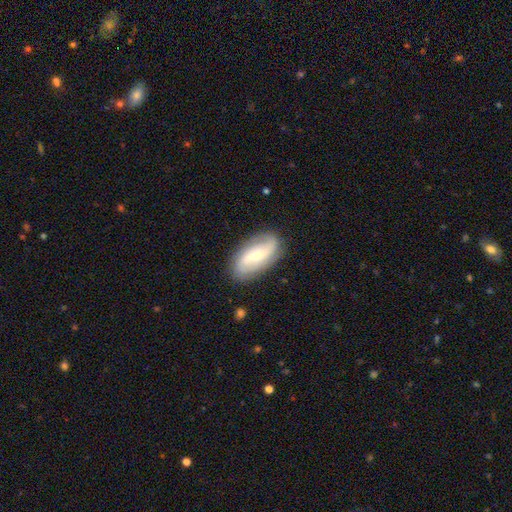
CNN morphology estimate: smooth_or_featured: featured or disk (p=0.72) [alt: smooth p=0.22]
disk_edge_on: no (p=0.93) [alt: yes p=0.07]
bar: weak (p=0.39) [alt: strong p=0.31]
has_spiral_arms: yes (p=0.89) [alt: no p=0.11]
spiral_winding: loose (p=0.41) [alt: medium p=0.34]
spiral_arm_count: 2 (p=0.79) [alt: can't tell p=0.12]
bulge_size: small (p=0.63) [alt: moderate p=0.33]
merging: none (p=0.84) [alt: minor disturbance p=0.12]